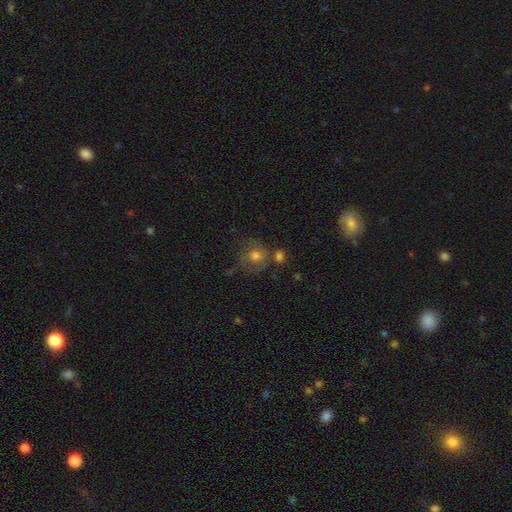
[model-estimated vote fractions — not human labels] A smooth galaxy with no disk features (66%) that is round (79%).

Vote fractions:
- Smooth or featured? smooth: 66% / featured or disk: 22% / star or artifact: 13%
- How rounded? round: 79% / in between: 20% / cigar-shaped: 1%
- Merging? none: 53% / minor disturbance: 20% / merger: 15% / major disturbance: 12%